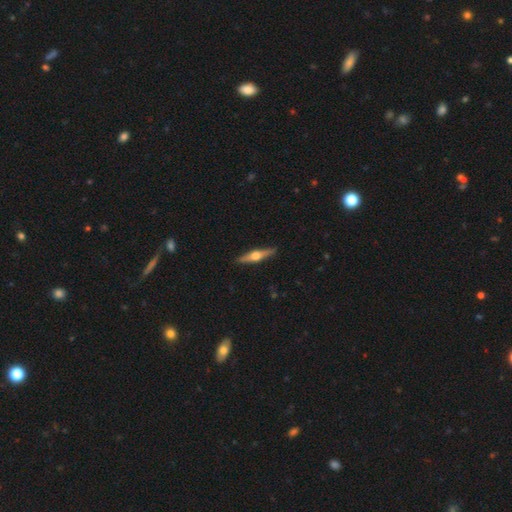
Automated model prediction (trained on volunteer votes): Smooth or featured?
  - featured or disk: 74% *
  - smooth: 21%
  - star or artifact: 5%
Edge-on disk?
  - yes: 98% *
  - no: 2%
Edge-on bulge?
  - rounded: 95% *
  - boxy: 3%
  - none: 2%
Merging?
  - none: 91% *
  - minor disturbance: 7%
  - major disturbance: 1%
  - merger: 1%